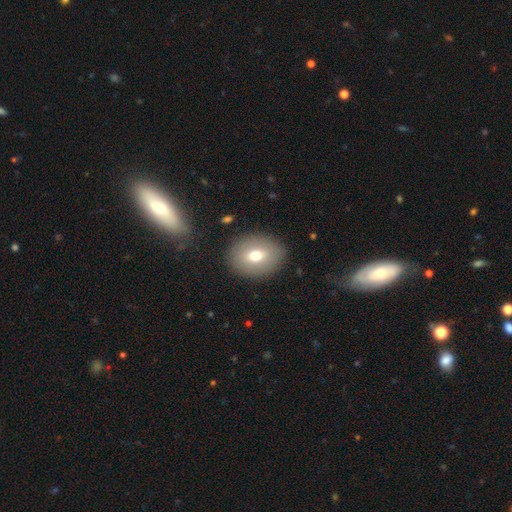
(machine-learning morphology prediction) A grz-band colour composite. It shows a smooth galaxy with no disk features (69%) that is in between round and cigar-shaped (59%). Merging: none (87%).